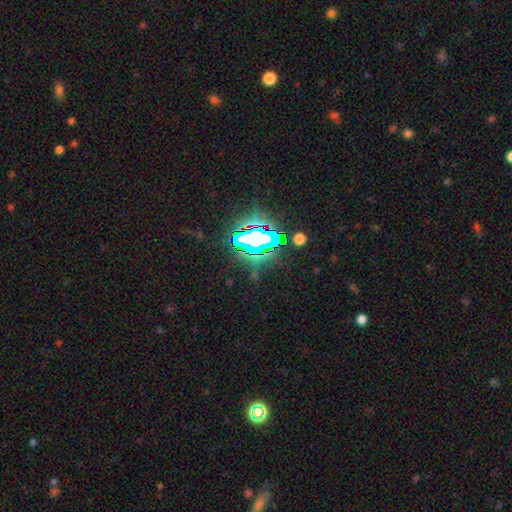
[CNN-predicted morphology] The model was most divided on "smooth or featured": star or artifact: 79%, smooth: 12%, featured or disk: 9%.